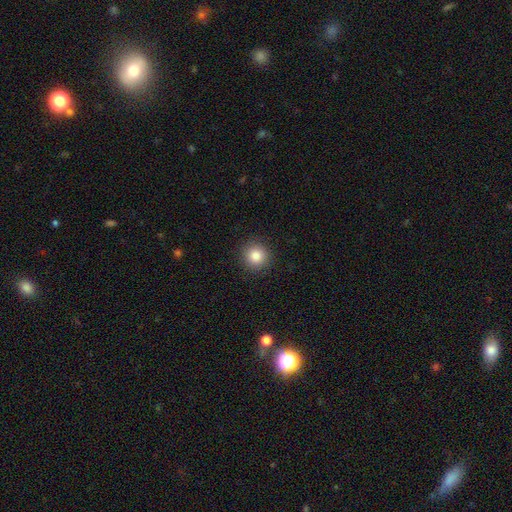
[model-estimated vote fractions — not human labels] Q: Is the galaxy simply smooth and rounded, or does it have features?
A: smooth — 85%.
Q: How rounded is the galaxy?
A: round — 94%.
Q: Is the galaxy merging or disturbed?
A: none — 91%.